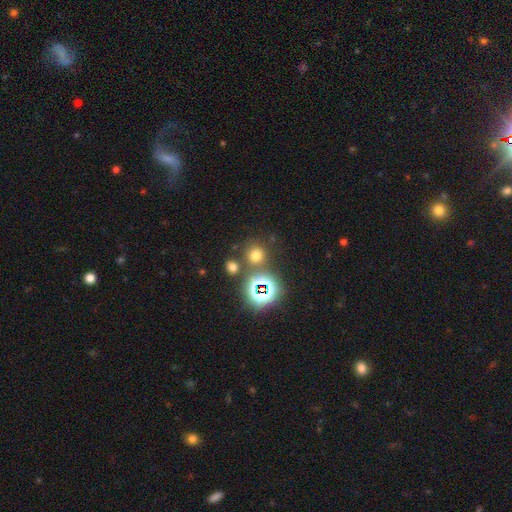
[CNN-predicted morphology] smooth_or_featured: smooth (p=0.63) [alt: star or artifact p=0.30]
how_rounded: round (p=0.88) [alt: in between p=0.11]
merging: none (p=0.75) [alt: merger p=0.13]